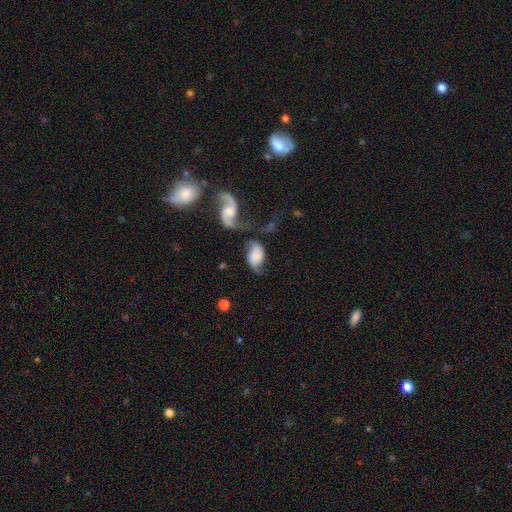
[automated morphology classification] Overall: featured or disk (49%; smooth 42%). Merging: merger (34%; none 29%).